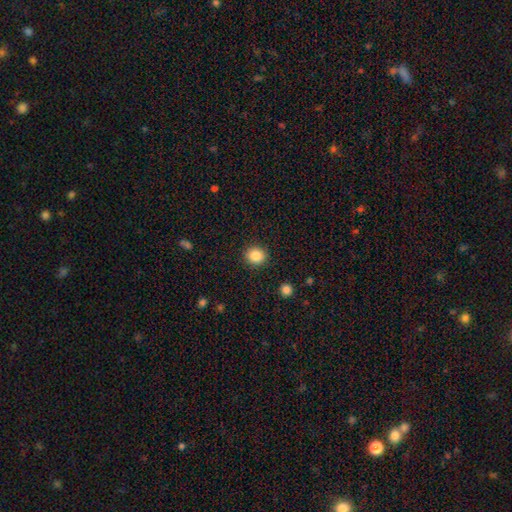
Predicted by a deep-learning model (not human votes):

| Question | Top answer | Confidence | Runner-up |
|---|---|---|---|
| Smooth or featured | smooth | 86% | star or artifact (10%) |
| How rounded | round | 87% | in between (12%) |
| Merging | none | 91% | minor disturbance (6%) |